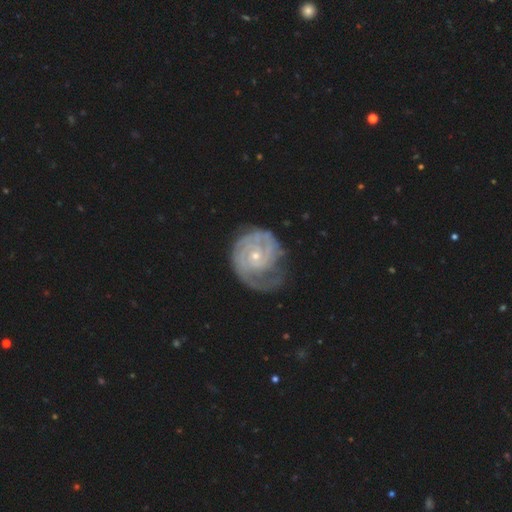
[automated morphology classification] Smooth or featured?
  - featured or disk: 87% *
  - smooth: 8%
  - star or artifact: 5%
Edge-on disk?
  - no: 98% *
  - yes: 2%
Bar?
  - no: 73% *
  - weak: 22%
  - strong: 5%
Spiral arms?
  - yes: 97% *
  - no: 3%
Spiral winding?
  - tight: 76% *
  - medium: 20%
  - loose: 4%
Spiral arm count?
  - 2: 33% *
  - can't tell: 27%
  - 3: 19%
  - 4: 8%
  - 1: 7%
  - more than 4: 6%
Bulge size?
  - small: 69% *
  - moderate: 28%
  - none: 1%
  - large: 1%
  - dominant: 1%
Merging?
  - none: 57% *
  - minor disturbance: 26%
  - major disturbance: 15%
  - merger: 2%